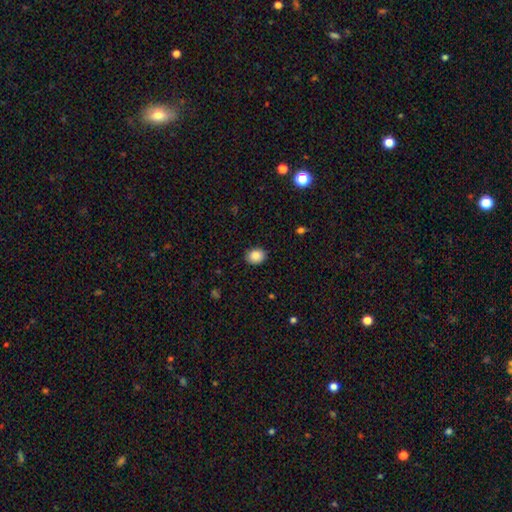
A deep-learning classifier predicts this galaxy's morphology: type=smooth (87%); roundness=in between (51%); merging=none (88%).